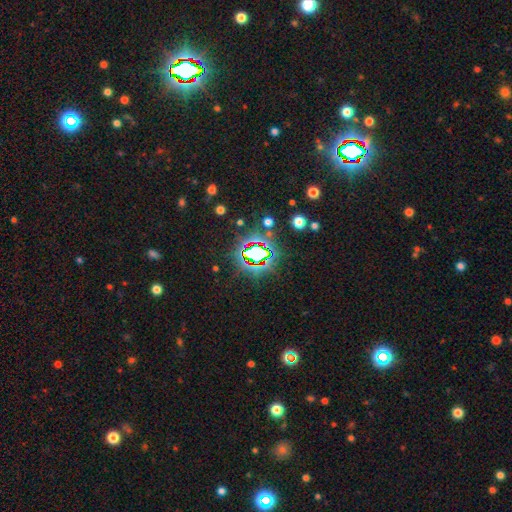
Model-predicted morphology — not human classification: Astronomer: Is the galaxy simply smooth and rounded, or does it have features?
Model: star or artifact — 71%.